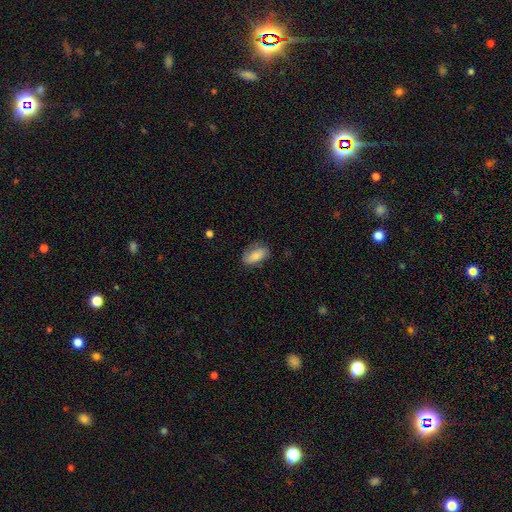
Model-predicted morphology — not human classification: Smooth or featured?
  - smooth: 69% *
  - featured or disk: 24%
  - star or artifact: 7%
How rounded?
  - in between: 89% *
  - cigar-shaped: 6%
  - round: 6%
Merging?
  - none: 71% *
  - minor disturbance: 21%
  - major disturbance: 7%
  - merger: 1%